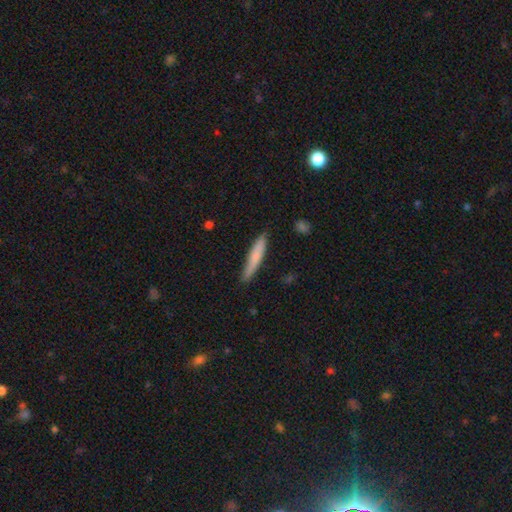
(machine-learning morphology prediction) A smooth galaxy with no disk features (74%) that is cigar-shaped (92%). Merging: none (80%).